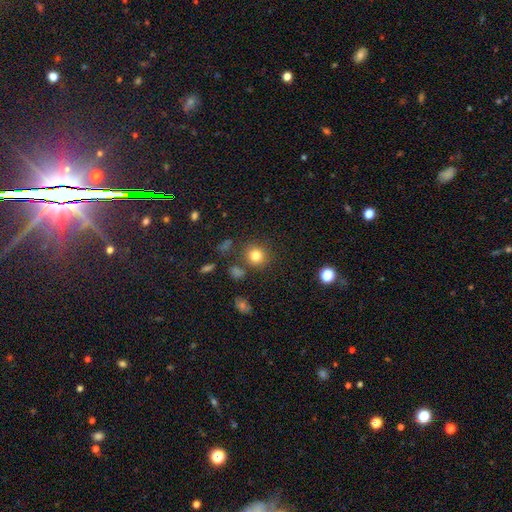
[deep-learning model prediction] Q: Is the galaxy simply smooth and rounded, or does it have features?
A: smooth — 80%.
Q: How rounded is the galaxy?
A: round — 89%.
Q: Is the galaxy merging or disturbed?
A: none — 81%.